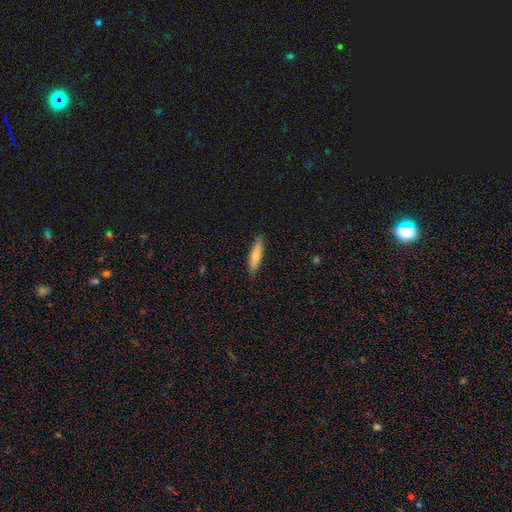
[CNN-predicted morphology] Smooth or featured? smooth (70%)
How rounded? cigar-shaped (71%)
Merging? none (86%)